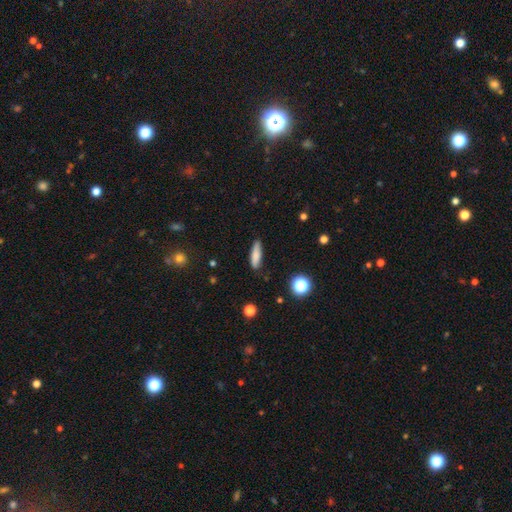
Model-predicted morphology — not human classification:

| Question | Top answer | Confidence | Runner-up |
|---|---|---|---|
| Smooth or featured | smooth | 82% | featured or disk (9%) |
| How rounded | cigar-shaped | 66% | in between (31%) |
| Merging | none | 84% | minor disturbance (12%) |